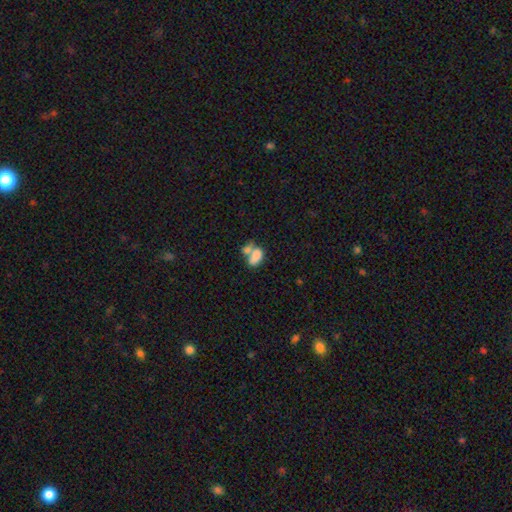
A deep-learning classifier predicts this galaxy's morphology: Q: Smooth or featured?
A: smooth (76%); runner-up: featured or disk (15%)
Q: How rounded?
A: in between (87%); runner-up: round (10%)
Q: Merging?
A: merger (63%); runner-up: none (20%)